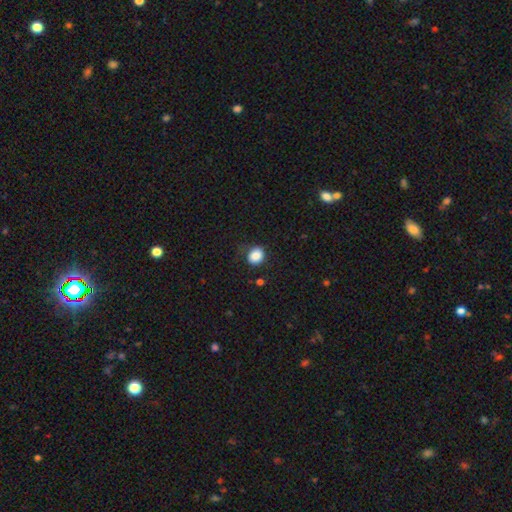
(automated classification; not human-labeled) This appears to be a smooth galaxy with no disk features (86%) that is round (64%). Merging: none (73%).